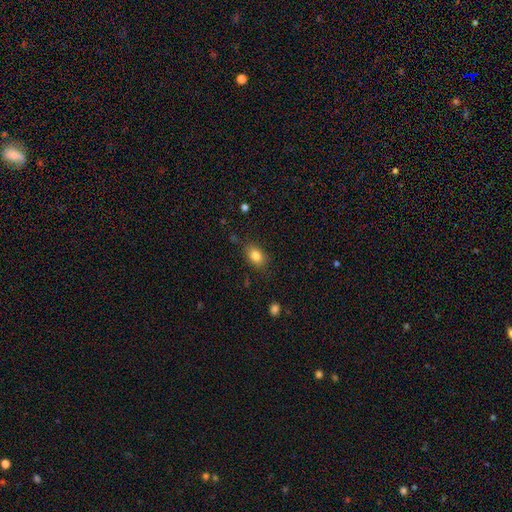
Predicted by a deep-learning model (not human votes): Q: Smooth or featured?
A: smooth (83%); runner-up: star or artifact (9%)
Q: How rounded?
A: in between (80%); runner-up: round (18%)
Q: Merging?
A: none (81%); runner-up: minor disturbance (14%)